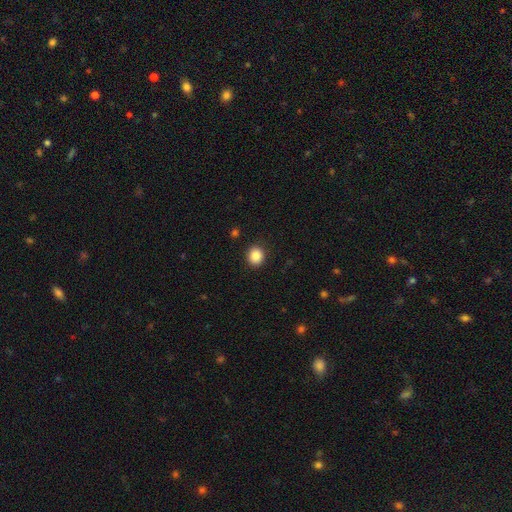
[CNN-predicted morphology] Q: Smooth or featured?
A: smooth (87%); runner-up: star or artifact (9%)
Q: How rounded?
A: round (80%); runner-up: in between (20%)
Q: Merging?
A: none (90%); runner-up: minor disturbance (7%)